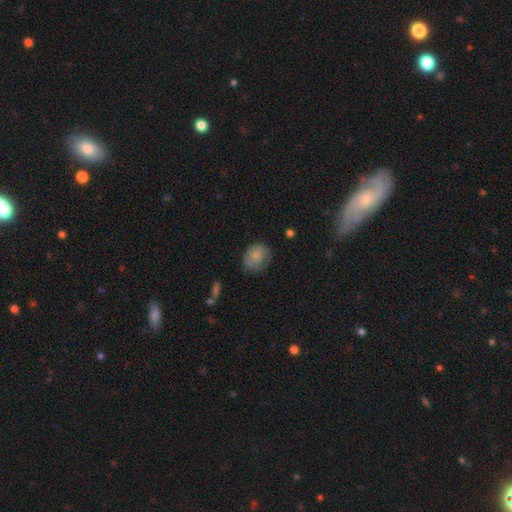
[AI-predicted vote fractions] smooth_or_featured: smooth (p=0.72) [alt: featured or disk p=0.21]
how_rounded: round (p=0.69) [alt: in between p=0.30]
merging: none (p=0.60) [alt: minor disturbance p=0.27]